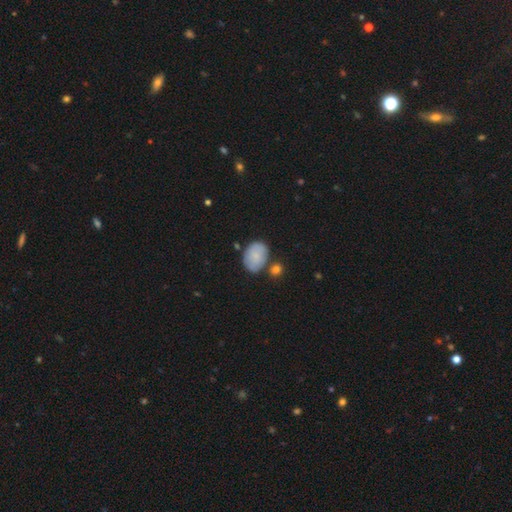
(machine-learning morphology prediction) Smooth or featured? smooth (77%)
How rounded? in between (74%)
Merging? none (63%)